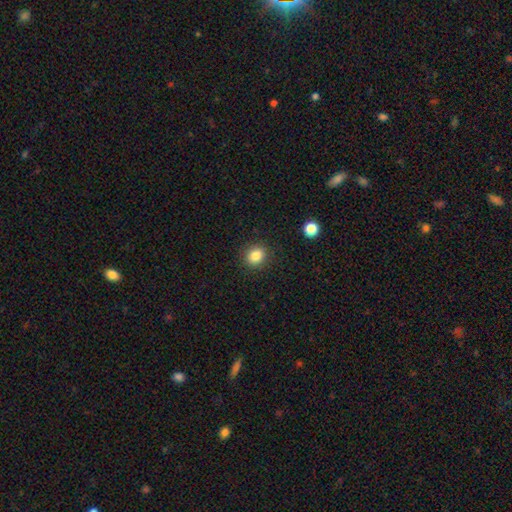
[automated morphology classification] Q: Smooth or featured?
A: smooth (85%); runner-up: star or artifact (10%)
Q: How rounded?
A: round (68%); runner-up: in between (31%)
Q: Merging?
A: none (89%); runner-up: minor disturbance (7%)